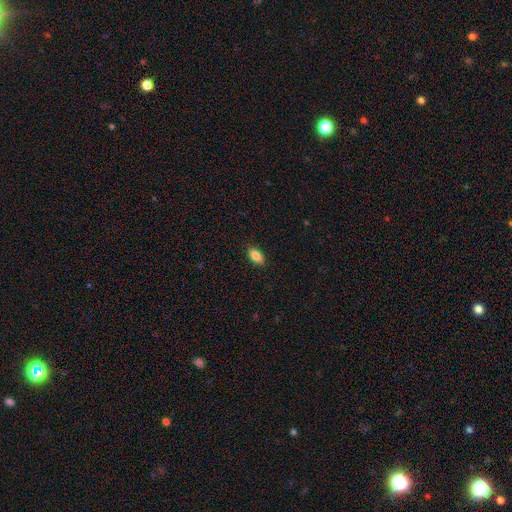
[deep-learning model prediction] smooth-or-featured: smooth: 84% | featured or disk: 8% | star or artifact: 8%
  how-rounded: in between: 89% | cigar-shaped: 7% | round: 4%
  merging: none: 88% | minor disturbance: 10% | major disturbance: 2% | merger: 1%